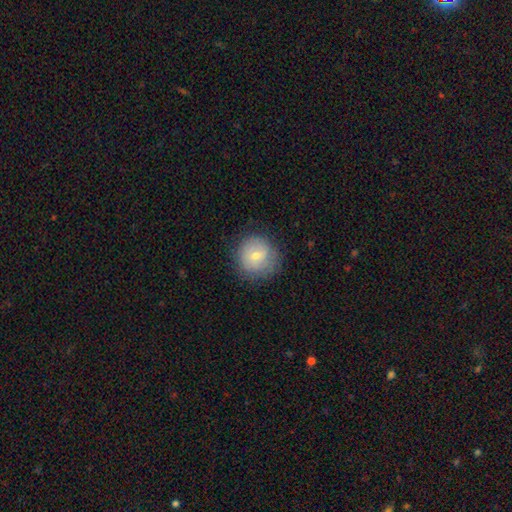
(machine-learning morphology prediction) Smooth or featured? Predicted: smooth (p=0.67). How rounded? Predicted: round (p=0.92). Merging? Predicted: none (p=0.81).